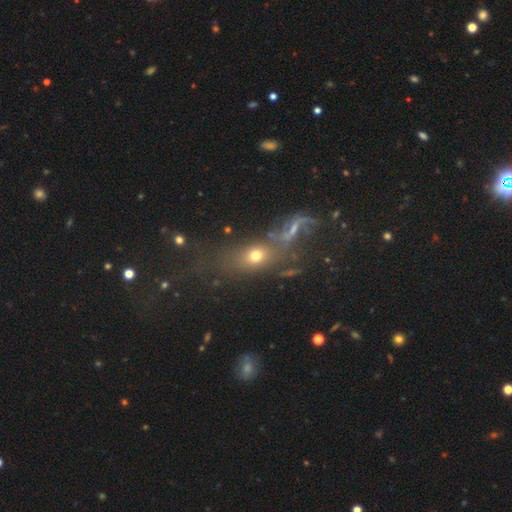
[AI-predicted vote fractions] Smooth or featured? smooth (60%)
How rounded? in between (58%)
Merging? none (45%)